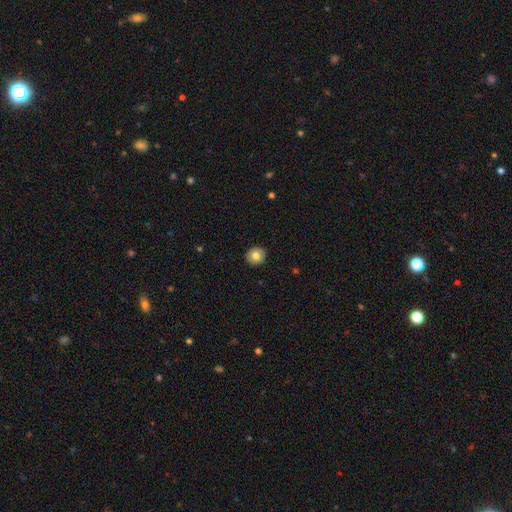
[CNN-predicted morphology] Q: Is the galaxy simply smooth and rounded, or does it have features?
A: smooth — 77%.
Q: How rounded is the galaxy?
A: round — 88%.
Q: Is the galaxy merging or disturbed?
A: none — 92%.